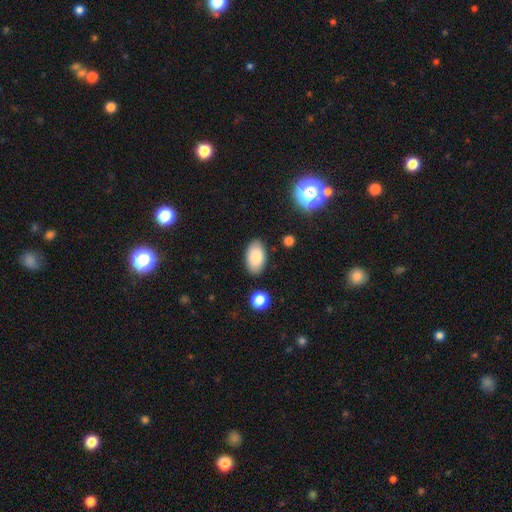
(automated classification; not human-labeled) smooth 86%, star or artifact 7%, featured or disk 7%. Down the decision tree: how rounded — in between (95%); merging — none (85%).